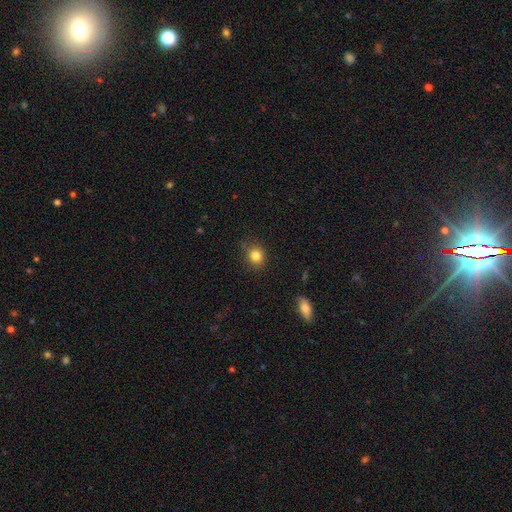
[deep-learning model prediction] Morphology: type=smooth (83%); roundness=round (80%); merging=none (81%).